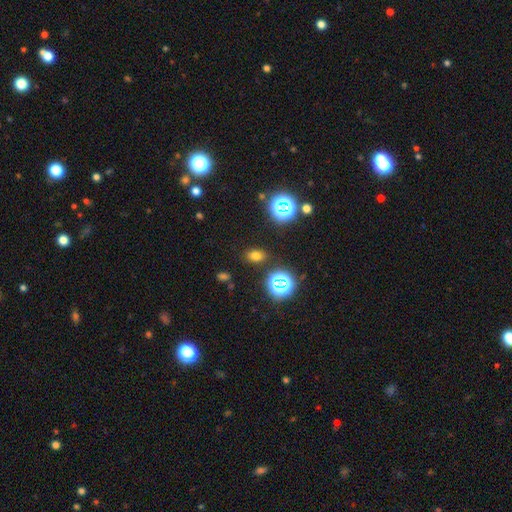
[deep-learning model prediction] smooth 67%, star or artifact 25%, featured or disk 7%. Down the decision tree: how rounded — in between (70%); merging — none (85%).